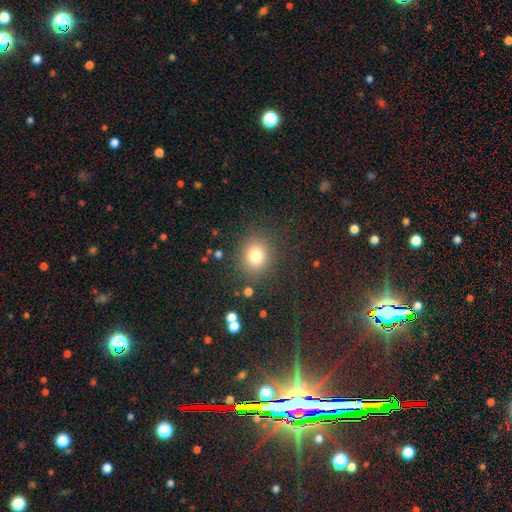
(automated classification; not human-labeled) Smooth or featured? smooth (79%)
How rounded? round (69%)
Merging? none (83%)